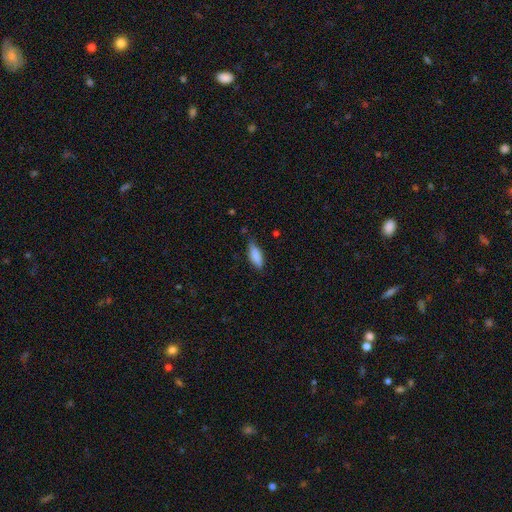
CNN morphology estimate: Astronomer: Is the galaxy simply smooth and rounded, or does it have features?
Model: smooth — 83%.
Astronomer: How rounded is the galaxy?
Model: in between — 68%.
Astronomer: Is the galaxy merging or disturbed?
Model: none — 70%.